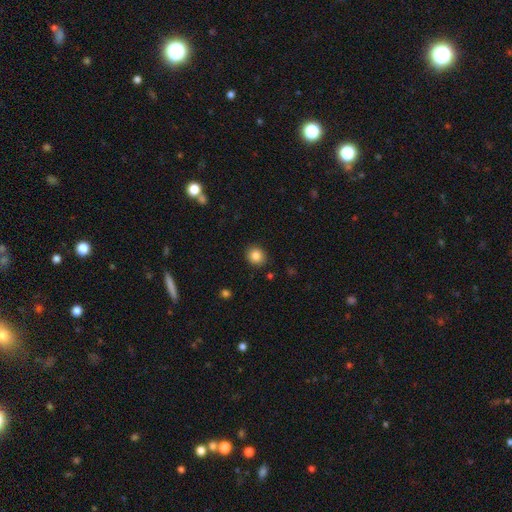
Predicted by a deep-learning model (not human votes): Morphology: type=smooth (84%); roundness=round (82%); merging=none (90%).